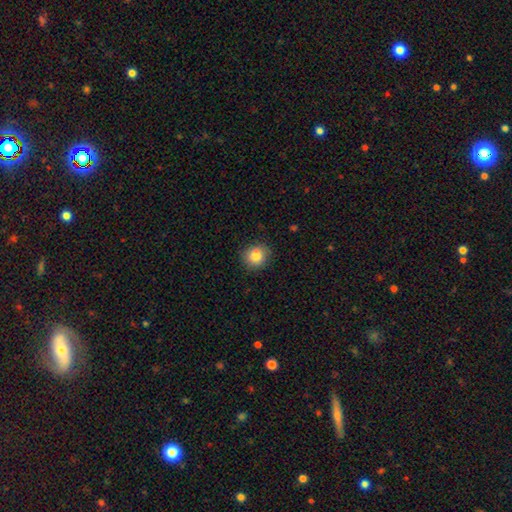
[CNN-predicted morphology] The model was most divided on "how rounded": round: 82%, in between: 17%, cigar-shaped: 1%. More confident: smooth or featured — smooth (84%); merging — none (82%).